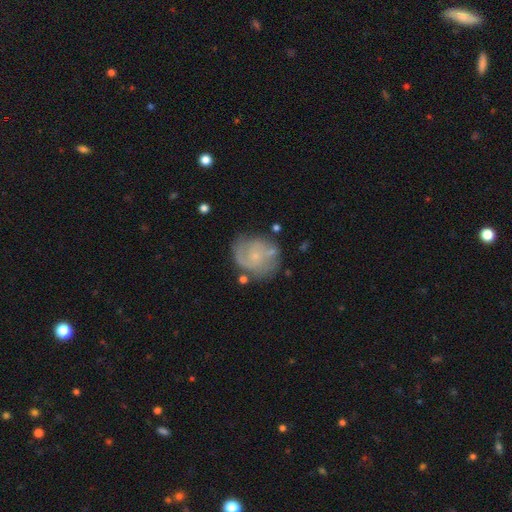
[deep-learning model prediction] smooth-or-featured: featured or disk: 66% | smooth: 26% | star or artifact: 8%
  disk-edge-on: no: 98% | yes: 2%
    bar: no: 74% | weak: 23% | strong: 3%
    has-spiral-arms: yes: 83% | no: 17%
      spiral-winding: tight: 41% | medium: 40% | loose: 19%
      spiral-arm-count: 2: 50% | can't tell: 28% | 3: 8% | 1: 8% | 4: 3% | more than 4: 3%
    bulge-size: small: 79% | moderate: 11% | none: 8% | large: 1% | dominant: 1%
  merging: none: 63% | minor disturbance: 22% | major disturbance: 10% | merger: 5%